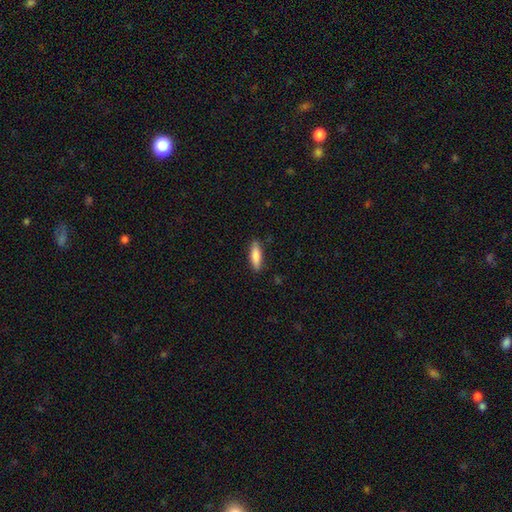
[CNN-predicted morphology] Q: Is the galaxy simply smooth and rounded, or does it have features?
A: smooth — 83%.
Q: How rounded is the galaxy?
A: cigar-shaped — 53%.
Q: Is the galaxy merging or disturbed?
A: none — 86%.